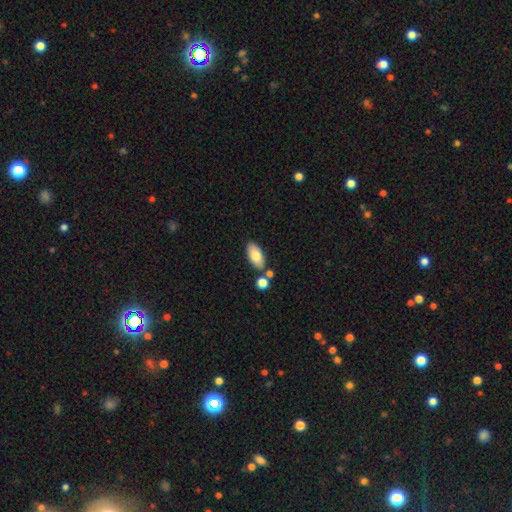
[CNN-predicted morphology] Overall: smooth (79%). How rounded: in between (92%). Merging: none (74%).